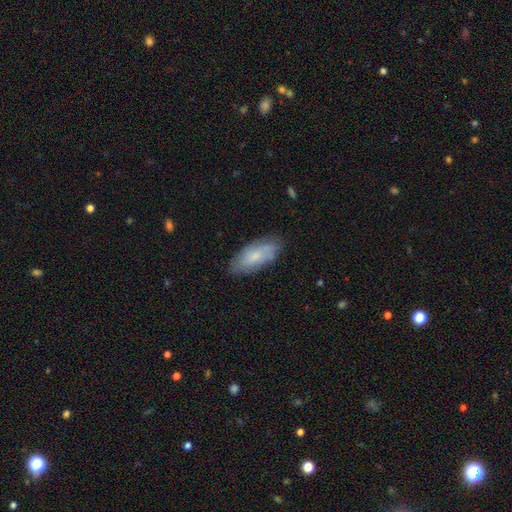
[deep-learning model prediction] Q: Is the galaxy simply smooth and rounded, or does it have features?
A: smooth — 67%.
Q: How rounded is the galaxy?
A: in between — 84%.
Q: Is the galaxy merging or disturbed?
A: none — 77%.